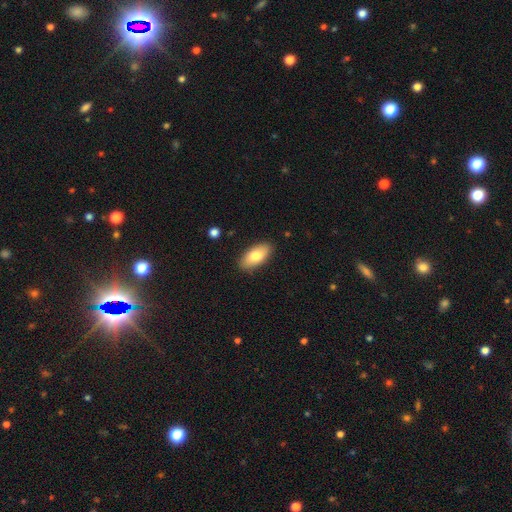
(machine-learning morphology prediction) A smooth galaxy with no disk features (79%) that is in between round and cigar-shaped (92%).

Vote fractions:
- Smooth or featured? smooth: 79% / featured or disk: 15% / star or artifact: 6%
- How rounded? in between: 92% / cigar-shaped: 5% / round: 3%
- Merging? none: 87% / minor disturbance: 10% / major disturbance: 2% / merger: 1%